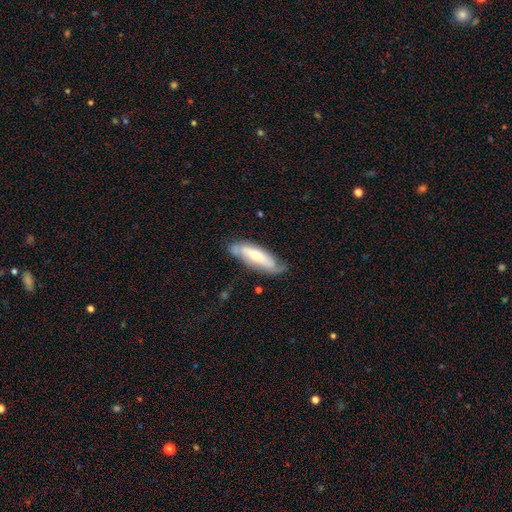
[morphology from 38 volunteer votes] This appears to be a featured or disk galaxy (63%) with no bar (63%), 2 (56%) tight (56%) spiral arms (84%) and a moderate central bulge (63%). Merging: none (68%).